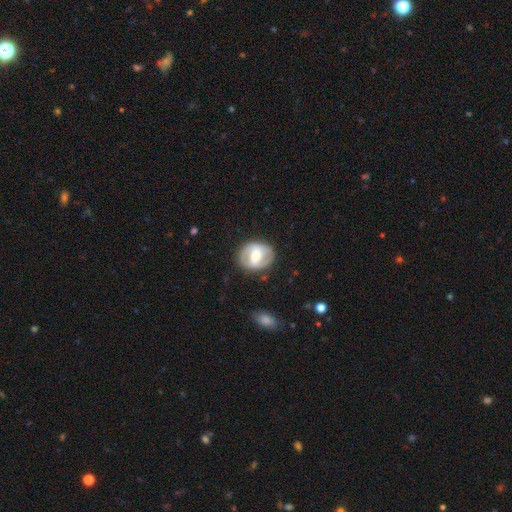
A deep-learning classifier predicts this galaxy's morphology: This is likely a featured or disk galaxy (65%). It is clearly not viewed edge-on (96%). Bar: marginally strong (40%). Spiral arm pattern: possibly yes (59%). Central bulge: likely moderate (69%). Merging: clearly none (83%).